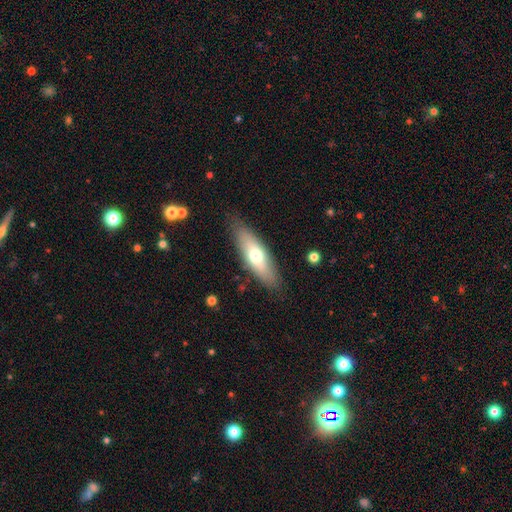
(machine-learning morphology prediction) smooth 61%, featured or disk 33%, star or artifact 6%. Down the decision tree: how rounded — in between (56%); merging — none (84%).